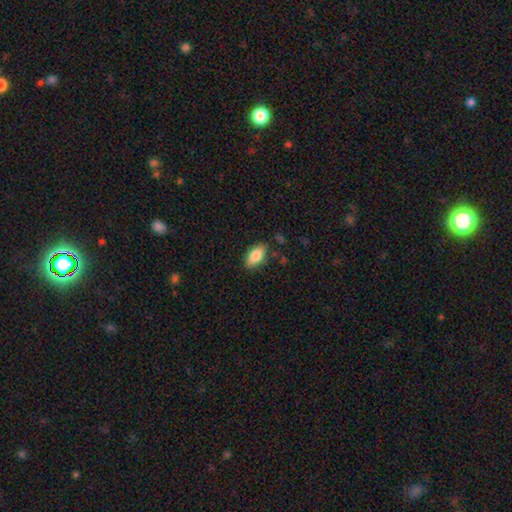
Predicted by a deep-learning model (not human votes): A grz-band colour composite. It shows a smooth galaxy with no disk features (81%) that is in between round and cigar-shaped (90%). Merging: none (83%).